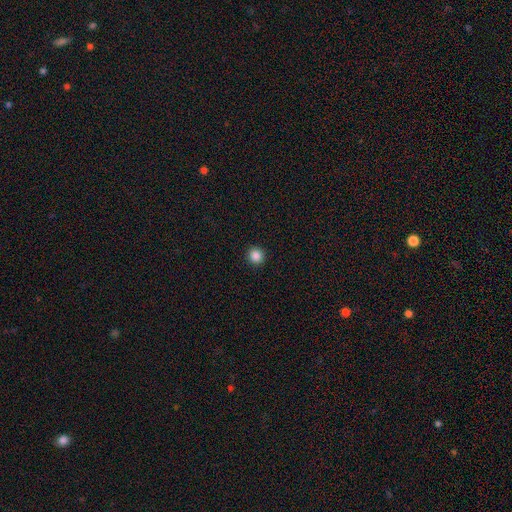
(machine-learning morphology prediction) smooth_or_featured: smooth (p=0.87) [alt: star or artifact p=0.11]
how_rounded: round (p=0.94) [alt: in between p=0.05]
merging: none (p=0.93) [alt: minor disturbance p=0.04]